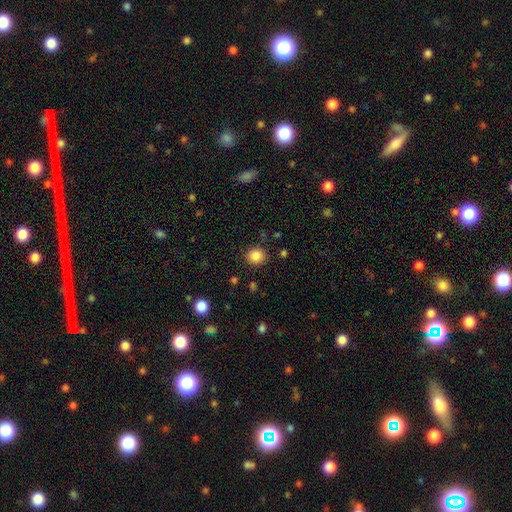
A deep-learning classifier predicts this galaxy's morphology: Smooth or featured? smooth (86%)
How rounded? round (83%)
Merging? none (87%)